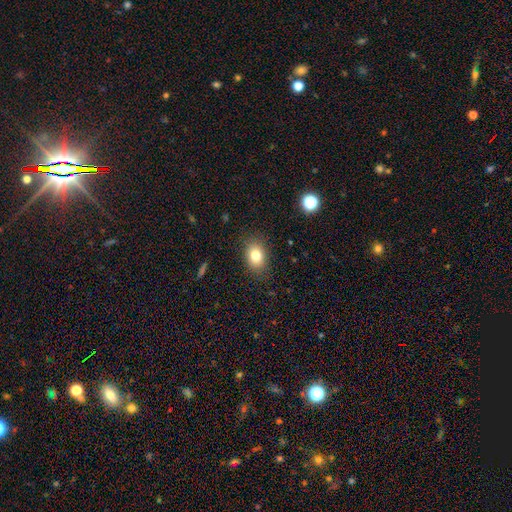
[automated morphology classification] This appears to be a smooth galaxy with no disk features (80%) that is in between round and cigar-shaped (73%). Merging: none (86%).